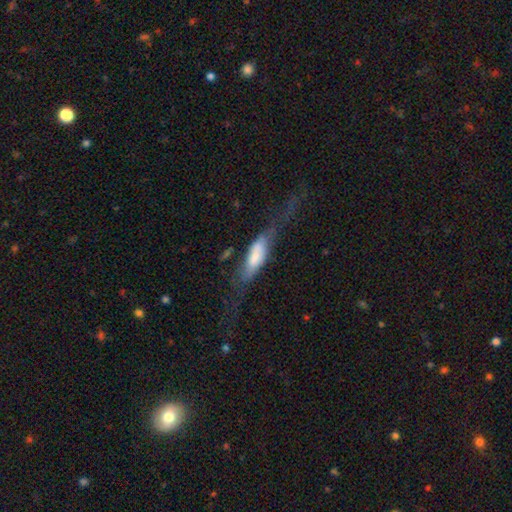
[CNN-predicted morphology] This appears to be a smooth galaxy with no disk features (59%) that is in between round and cigar-shaped (53%). Merging: major disturbance (43%).